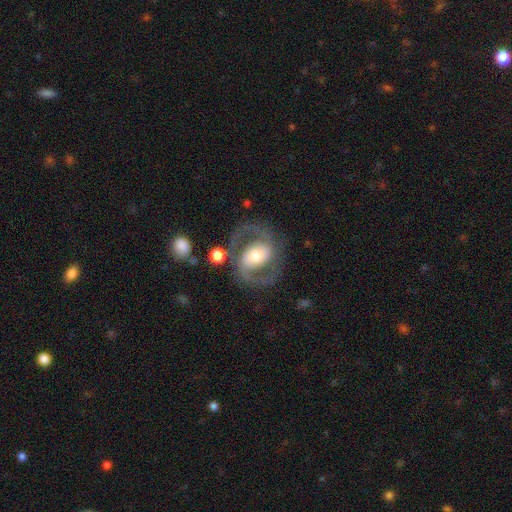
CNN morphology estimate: Overall: featured or disk (86%). Edge-on disk: no (97%). Bar: weak (38%; no 34%). Spiral arms: yes (93%). Spiral arm count: 2 (92%). Spiral winding: medium (61%). Bulge size: moderate (63%). Merging: none (77%).